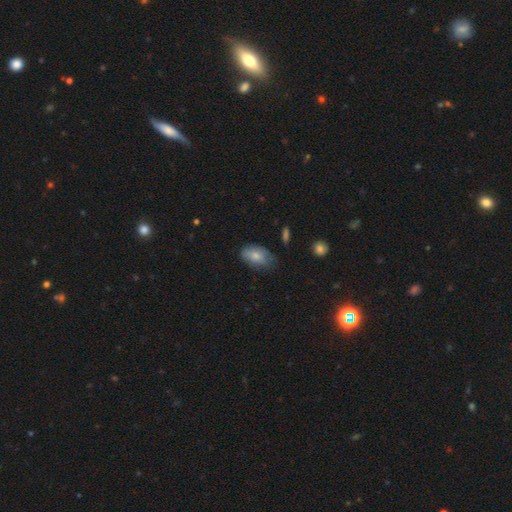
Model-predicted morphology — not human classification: Overall: smooth (78%). How rounded: in between (91%). Merging: none (61%; minor disturbance 31%).